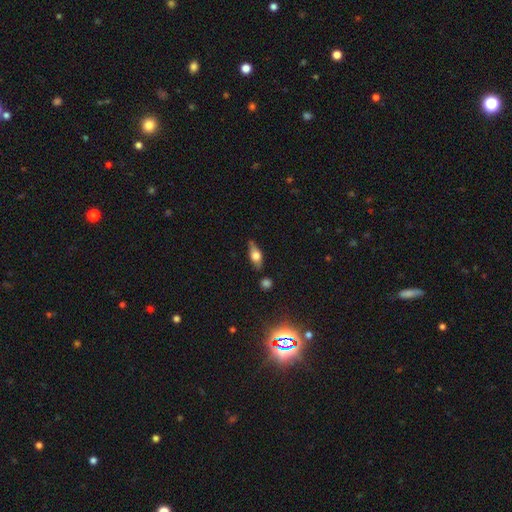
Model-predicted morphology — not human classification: smooth-or-featured: smooth: 47% | featured or disk: 44% | star or artifact: 9%
  merging: none: 71% | minor disturbance: 20% | major disturbance: 5% | merger: 4%